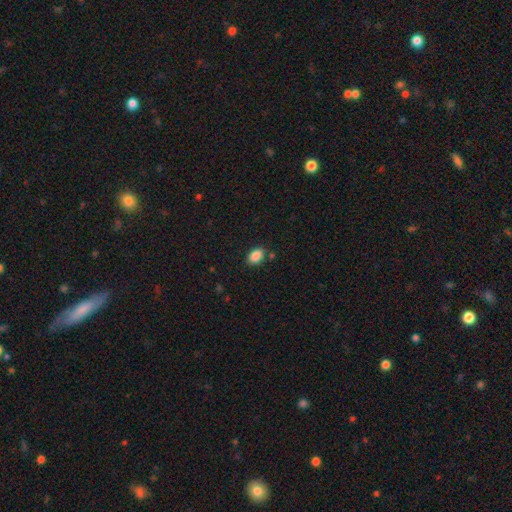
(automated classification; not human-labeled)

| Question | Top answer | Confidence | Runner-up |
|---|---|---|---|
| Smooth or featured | smooth | 88% | star or artifact (8%) |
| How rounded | in between | 87% | round (12%) |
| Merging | none | 83% | minor disturbance (11%) |